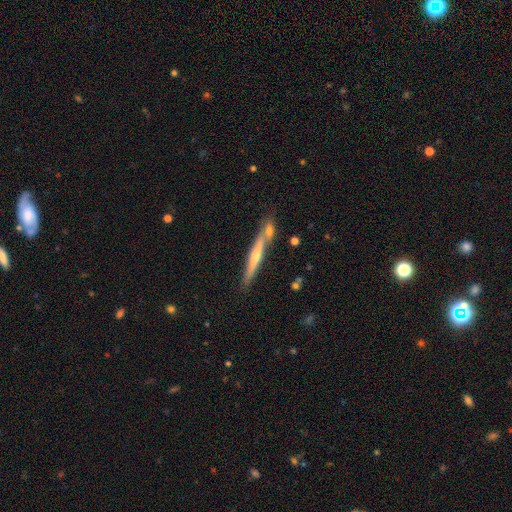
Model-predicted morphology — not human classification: A featured or disk galaxy (60%) viewed edge-on (94%) with a rounded central bulge (60%). Merging: none (71%).